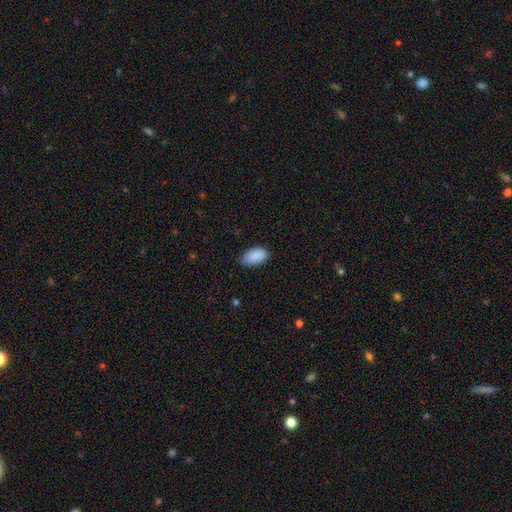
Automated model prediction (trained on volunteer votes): Smooth or featured? Predicted: smooth (p=0.90). How rounded? Predicted: in between (p=0.95). Merging? Predicted: none (p=0.75).